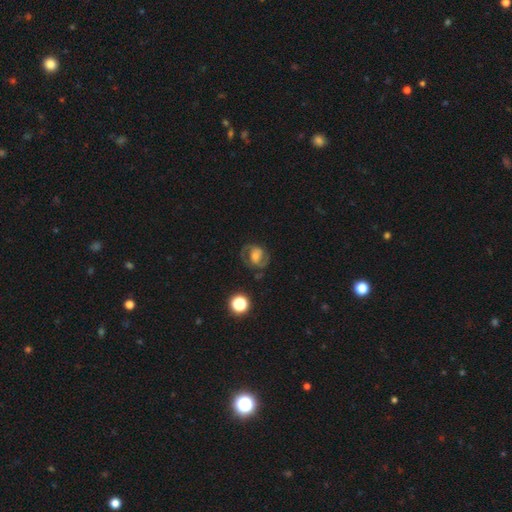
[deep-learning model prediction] Smooth or featured? Predicted: featured or disk (p=0.68). Edge-on disk? Predicted: no (p=0.97). Bar? Predicted: no (p=0.42). Spiral arms? Predicted: yes (p=0.82). Spiral winding? Predicted: medium (p=0.53). Spiral arm count? Predicted: 2 (p=0.85). Bulge size? Predicted: moderate (p=0.46). Merging? Predicted: none (p=0.70).